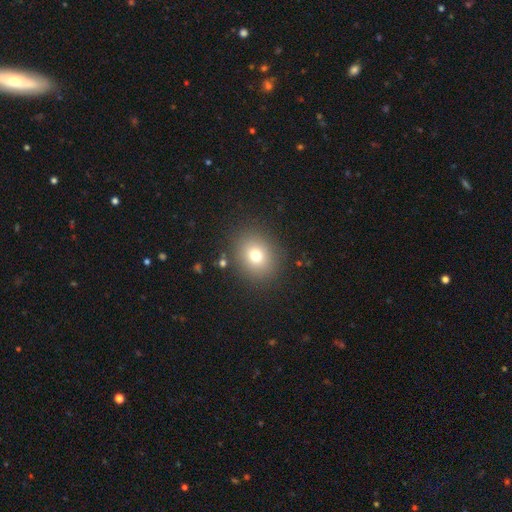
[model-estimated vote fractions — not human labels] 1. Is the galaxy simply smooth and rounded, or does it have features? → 74% smooth, 15% star or artifact, 11% featured or disk.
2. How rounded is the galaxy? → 71% round, 28% in between, 1% cigar-shaped.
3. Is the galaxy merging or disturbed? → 87% none, 8% minor disturbance, 4% major disturbance, 2% merger.